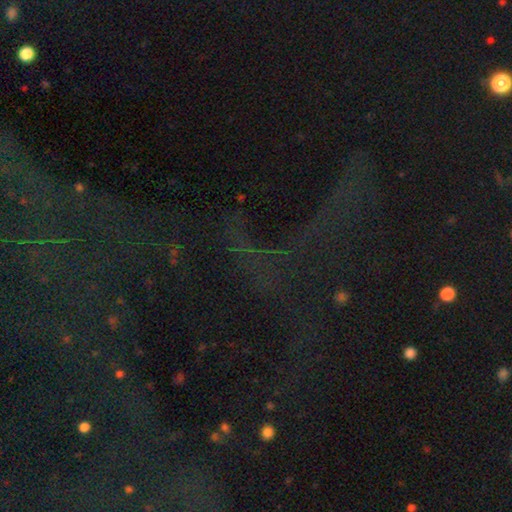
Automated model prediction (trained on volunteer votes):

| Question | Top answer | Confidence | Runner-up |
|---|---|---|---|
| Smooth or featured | star or artifact | 68% | featured or disk (18%) |